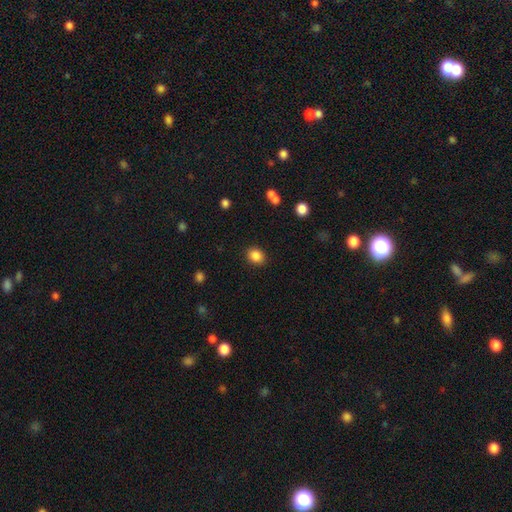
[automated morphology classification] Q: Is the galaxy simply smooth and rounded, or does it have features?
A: smooth — 86%.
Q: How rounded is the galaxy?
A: round — 57%.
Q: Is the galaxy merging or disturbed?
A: none — 88%.